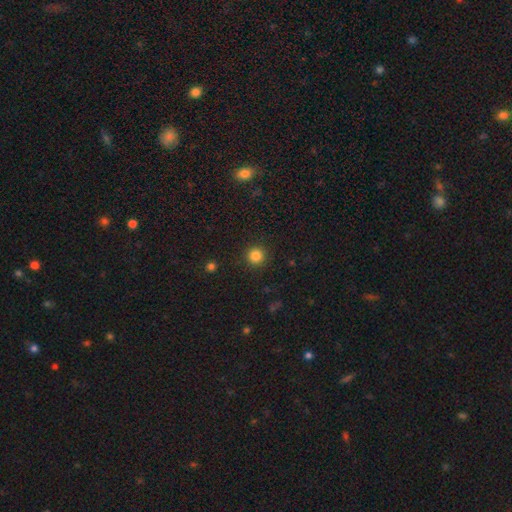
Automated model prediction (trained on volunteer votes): Smooth or featured? smooth (84%)
How rounded? round (96%)
Merging? none (92%)